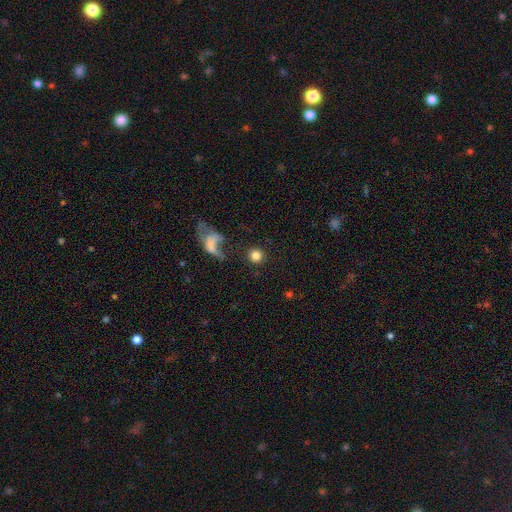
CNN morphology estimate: Smooth or featured?
  - smooth: 81% *
  - star or artifact: 10%
  - featured or disk: 9%
How rounded?
  - round: 93% *
  - in between: 6%
  - cigar-shaped: 1%
Merging?
  - none: 78% *
  - minor disturbance: 8%
  - major disturbance: 7%
  - merger: 7%